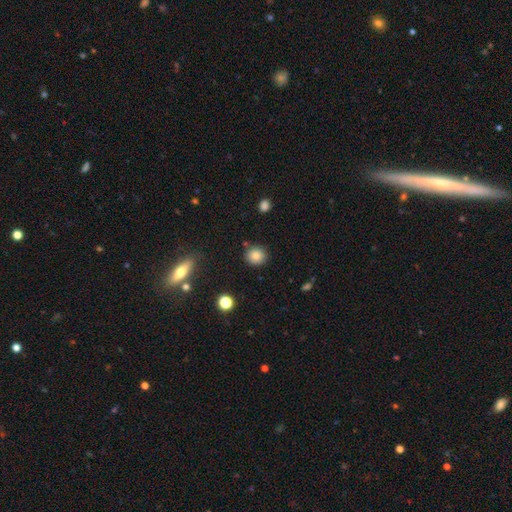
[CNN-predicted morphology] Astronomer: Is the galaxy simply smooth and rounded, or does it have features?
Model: smooth — 84%.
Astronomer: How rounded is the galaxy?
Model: round — 86%.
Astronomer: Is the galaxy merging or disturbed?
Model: none — 86%.